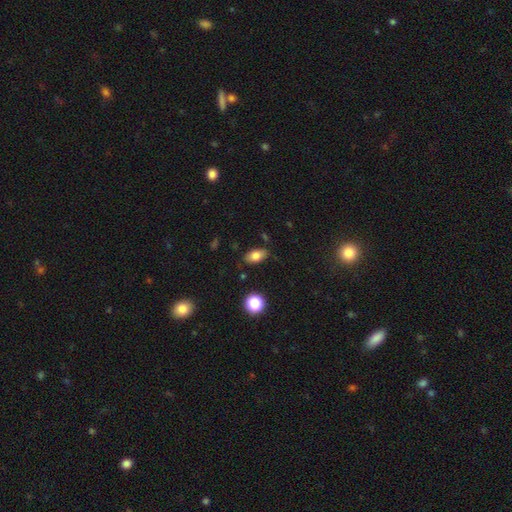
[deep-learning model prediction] A smooth galaxy with no disk features (80%) that is in between round and cigar-shaped (88%).

Vote fractions:
- Smooth or featured? smooth: 80% / featured or disk: 10% / star or artifact: 10%
- How rounded? in between: 88% / round: 8% / cigar-shaped: 4%
- Merging? none: 81% / minor disturbance: 14% / major disturbance: 3% / merger: 2%